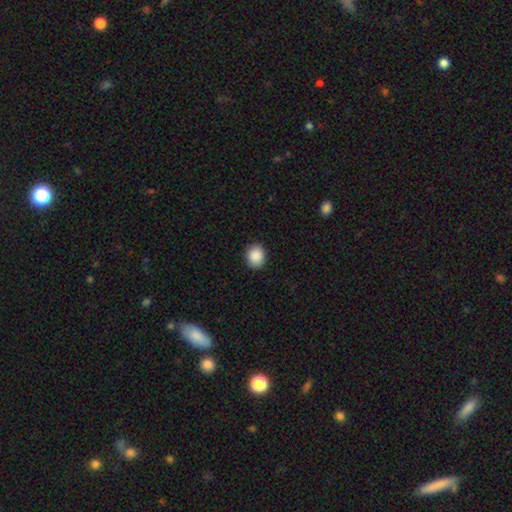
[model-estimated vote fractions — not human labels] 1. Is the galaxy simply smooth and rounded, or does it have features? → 89% smooth, 8% star or artifact, 3% featured or disk.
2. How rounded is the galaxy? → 71% round, 28% in between, 1% cigar-shaped.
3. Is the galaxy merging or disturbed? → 90% none, 7% minor disturbance, 2% major disturbance, 1% merger.